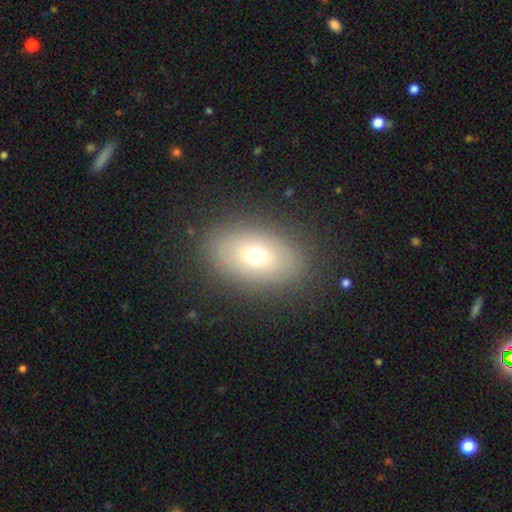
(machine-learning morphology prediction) smooth 63%, featured or disk 26%, star or artifact 11%. Down the decision tree: how rounded — in between (84%); merging — none (84%).